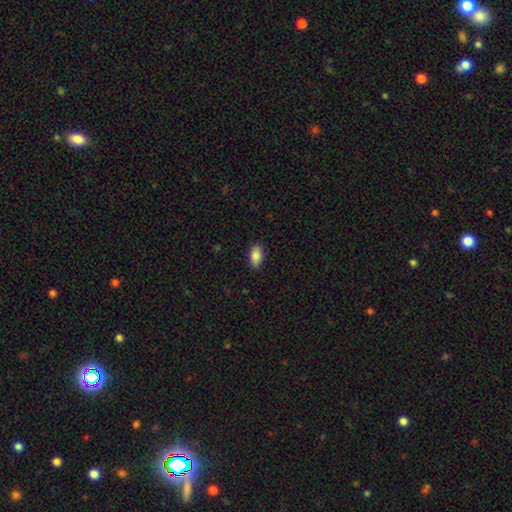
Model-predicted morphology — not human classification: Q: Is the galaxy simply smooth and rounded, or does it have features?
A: smooth — 88%.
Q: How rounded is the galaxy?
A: in between — 93%.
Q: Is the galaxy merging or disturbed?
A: none — 87%.